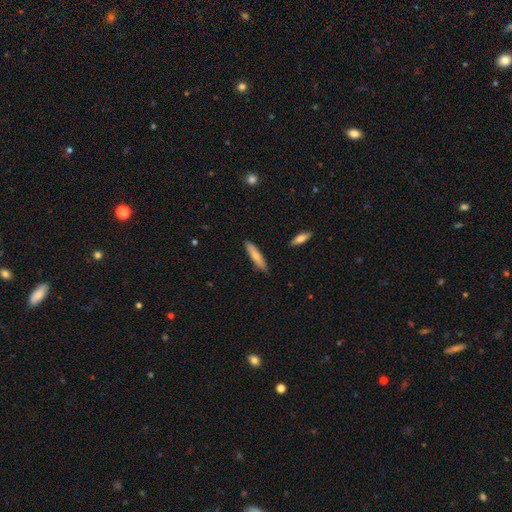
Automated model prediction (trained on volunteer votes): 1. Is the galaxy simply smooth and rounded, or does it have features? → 72% smooth, 22% featured or disk, 6% star or artifact.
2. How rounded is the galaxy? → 83% cigar-shaped, 16% in between, 1% round.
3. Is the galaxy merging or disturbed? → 87% none, 10% minor disturbance, 2% merger, 2% major disturbance.